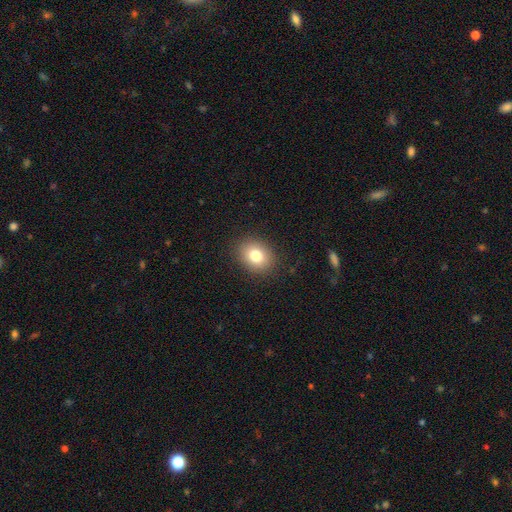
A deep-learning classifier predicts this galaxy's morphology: smooth-or-featured: smooth: 79% | star or artifact: 11% | featured or disk: 10%
  how-rounded: round: 55% | in between: 44% | cigar-shaped: 1%
  merging: none: 89% | minor disturbance: 7% | major disturbance: 2% | merger: 1%